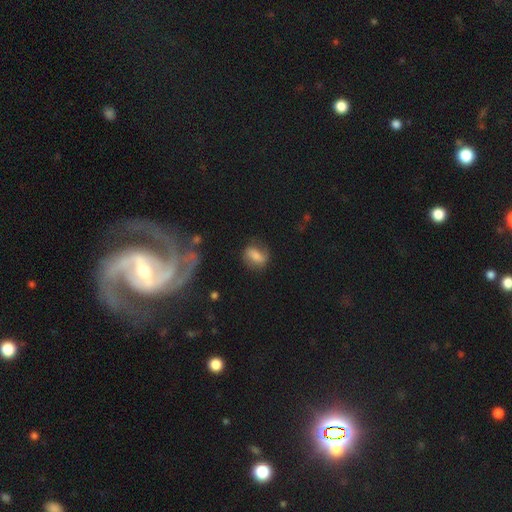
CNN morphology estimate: A smooth galaxy with no disk features (63%) that is in between round and cigar-shaped (67%).

Vote fractions:
- Smooth or featured? smooth: 63% / featured or disk: 28% / star or artifact: 9%
- How rounded? in between: 67% / round: 27% / cigar-shaped: 6%
- Merging? none: 69% / minor disturbance: 20% / major disturbance: 8% / merger: 3%